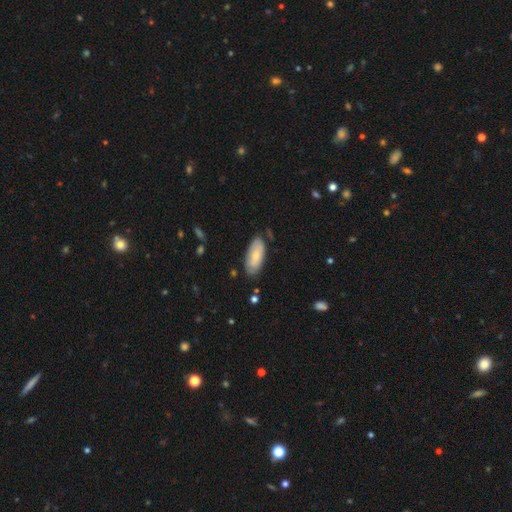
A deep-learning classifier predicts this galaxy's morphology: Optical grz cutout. It shows a smooth galaxy with no disk features (72%) that is in between round and cigar-shaped (86%). Merging: none (75%).